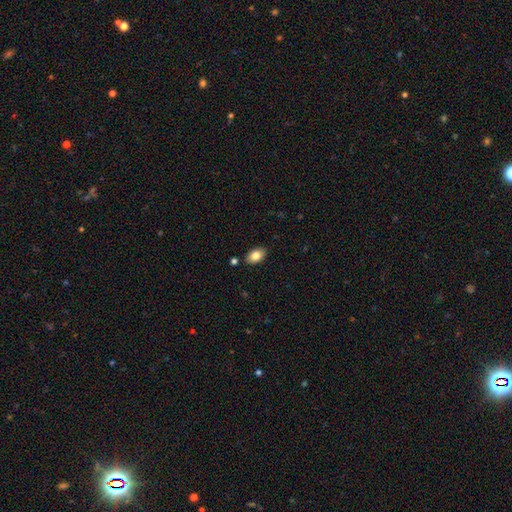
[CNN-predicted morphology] Smooth or featured? Predicted: smooth (p=0.83). How rounded? Predicted: in between (p=0.91). Merging? Predicted: none (p=0.86).